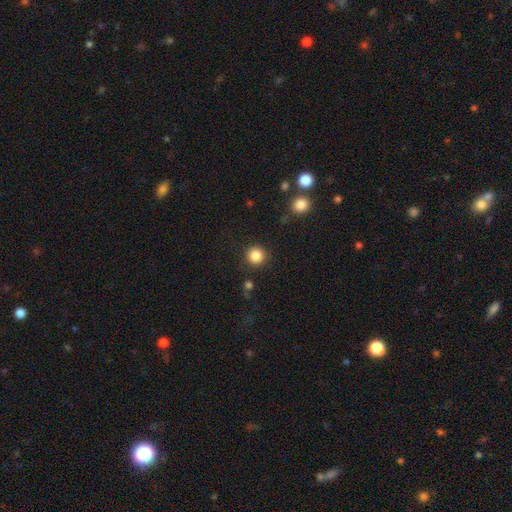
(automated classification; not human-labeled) The model was most divided on "smooth or featured": smooth: 86%, star or artifact: 10%, featured or disk: 4%. More confident: how rounded — round (94%); merging — none (89%).